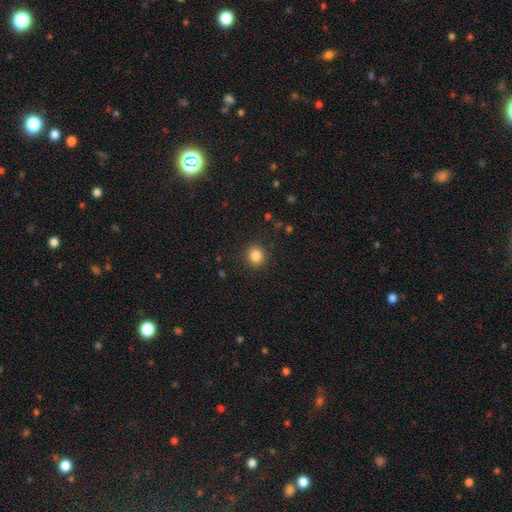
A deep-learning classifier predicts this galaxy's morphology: smooth_or_featured: smooth (p=0.84) [alt: star or artifact p=0.11]
how_rounded: round (p=0.85) [alt: in between p=0.14]
merging: none (p=0.90) [alt: minor disturbance p=0.06]